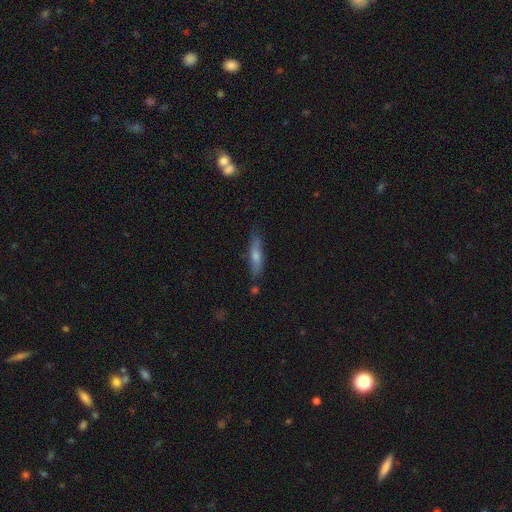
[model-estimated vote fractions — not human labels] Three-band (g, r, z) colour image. It shows a smooth galaxy with no disk features (51%) that is cigar-shaped (82%). Merging: none (79%).